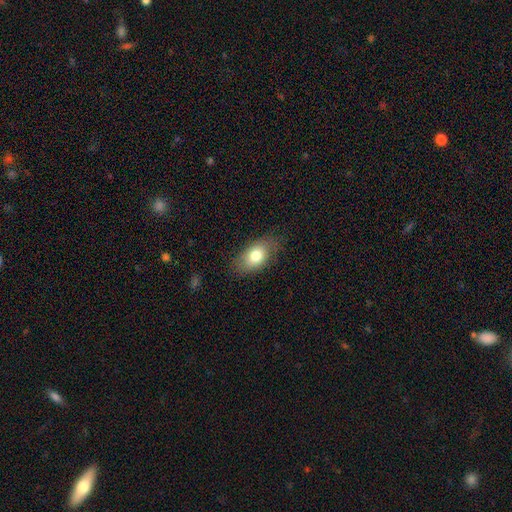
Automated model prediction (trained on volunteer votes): Smooth or featured? Predicted: smooth (p=0.77). How rounded? Predicted: in between (p=0.88). Merging? Predicted: none (p=0.78).